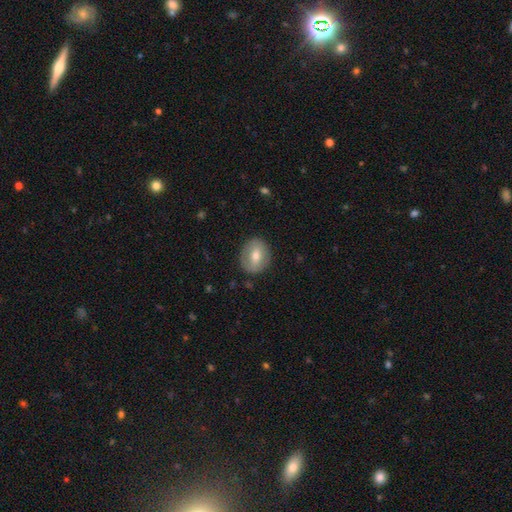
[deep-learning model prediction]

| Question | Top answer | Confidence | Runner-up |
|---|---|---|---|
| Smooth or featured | smooth | 62% | featured or disk (31%) |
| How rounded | round | 60% | in between (39%) |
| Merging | none | 84% | minor disturbance (11%) |